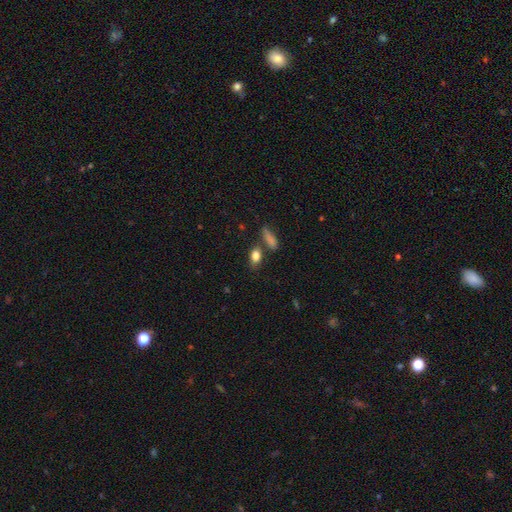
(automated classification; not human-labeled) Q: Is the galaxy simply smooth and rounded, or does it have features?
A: smooth — 83%.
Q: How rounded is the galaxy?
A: in between — 78%.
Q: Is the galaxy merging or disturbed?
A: none — 67%.